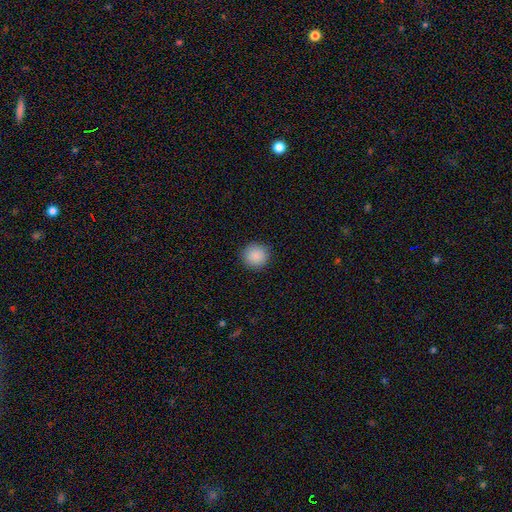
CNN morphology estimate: smooth-or-featured: smooth: 89% | star or artifact: 8% | featured or disk: 3%
  how-rounded: round: 94% | in between: 5% | cigar-shaped: 1%
  merging: none: 92% | minor disturbance: 5% | major disturbance: 2% | merger: 1%